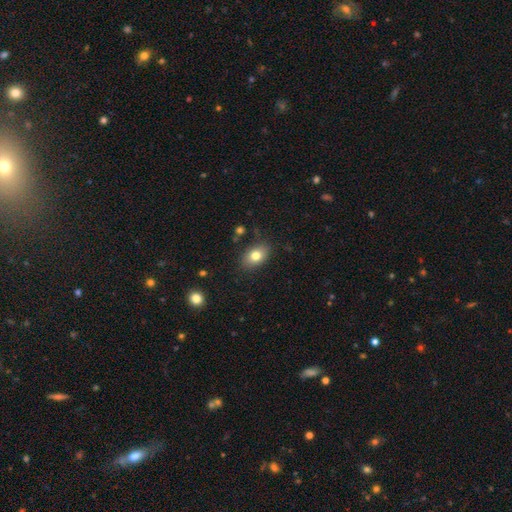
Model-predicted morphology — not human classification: smooth 78%, featured or disk 13%, star or artifact 9%. Down the decision tree: how rounded — in between (80%); merging — none (82%).